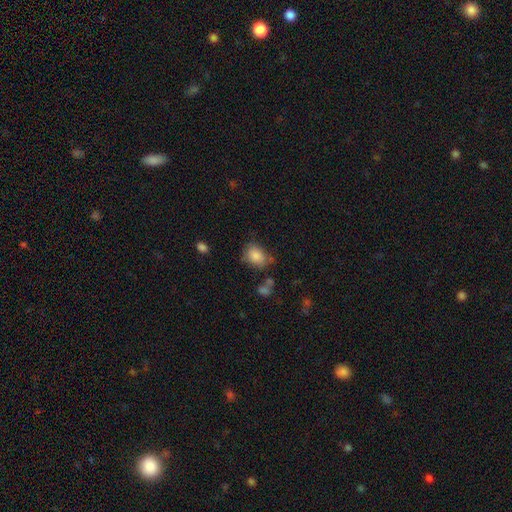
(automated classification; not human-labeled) This is clearly a smooth galaxy (84%). How rounded: possibly in between (59%). Merging: likely none (63%).